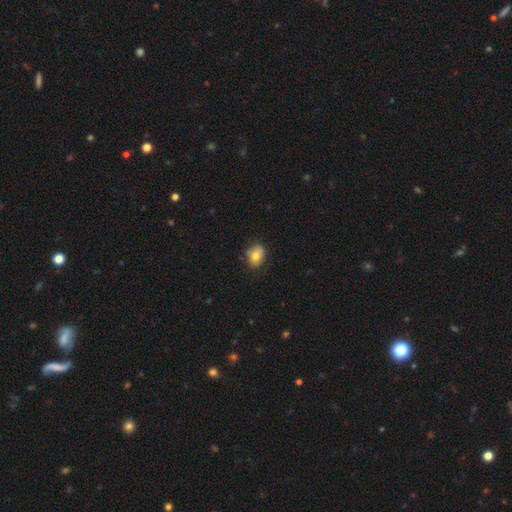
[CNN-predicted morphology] smooth 74%, featured or disk 18%, star or artifact 9%. Down the decision tree: how rounded — in between (59%); merging — none (72%).